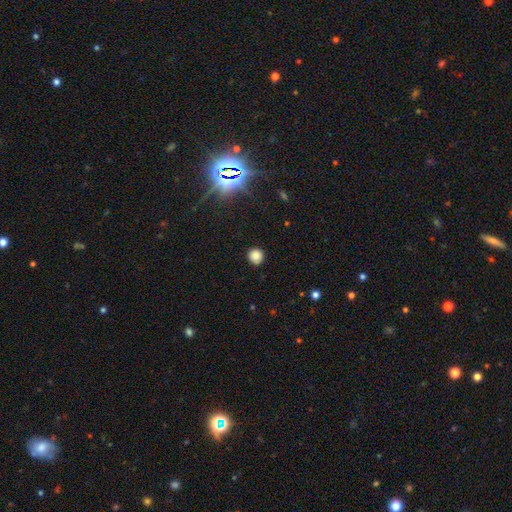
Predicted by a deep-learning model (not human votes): This is clearly a smooth galaxy (81%). How rounded: clearly round (93%). Merging: clearly none (89%).